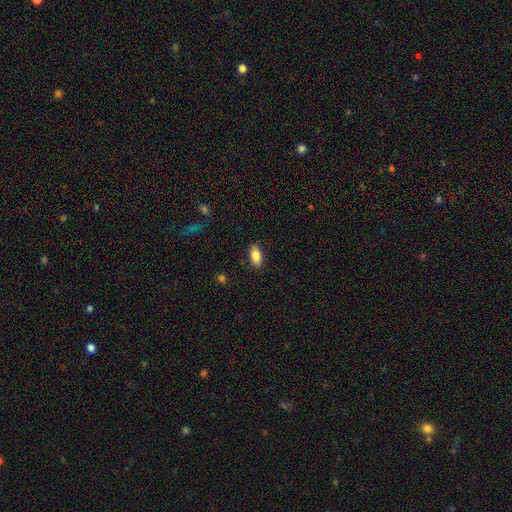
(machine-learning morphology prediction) A smooth galaxy with no disk features (85%) that is in between round and cigar-shaped (91%). Merging: none (87%).